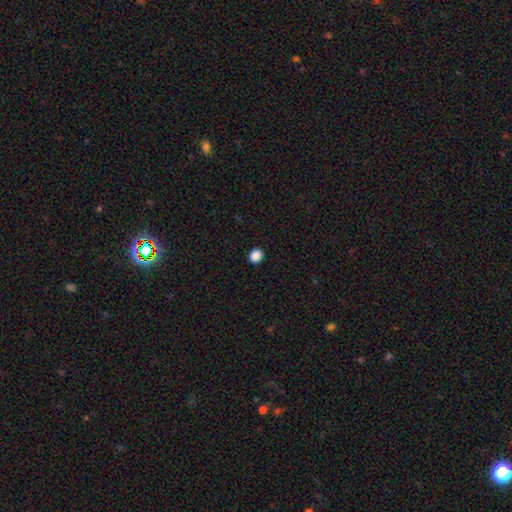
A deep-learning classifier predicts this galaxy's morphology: smooth-or-featured: smooth: 88% | star or artifact: 10% | featured or disk: 2%
  how-rounded: round: 78% | in between: 21% | cigar-shaped: 1%
  merging: none: 92% | minor disturbance: 5% | major disturbance: 2% | merger: 1%